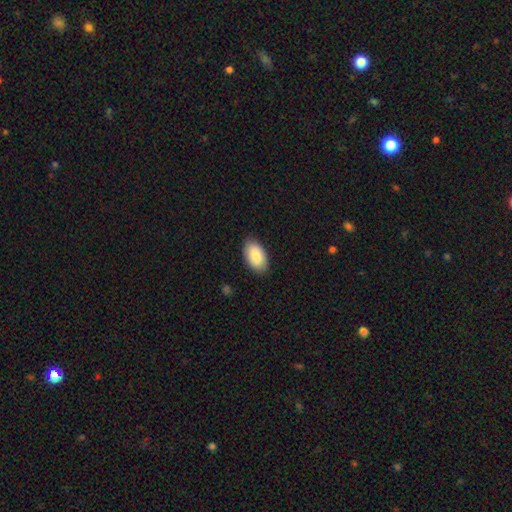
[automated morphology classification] A smooth galaxy with no disk features (86%) that is in between round and cigar-shaped (95%). Merging: none (86%).